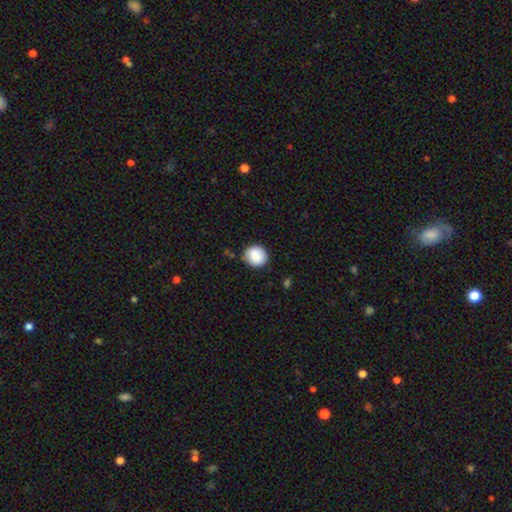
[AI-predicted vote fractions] The model was most divided on "merging": none: 80%, minor disturbance: 15%, major disturbance: 3%, merger: 2%. More confident: smooth or featured — smooth (87%); how rounded — round (86%).